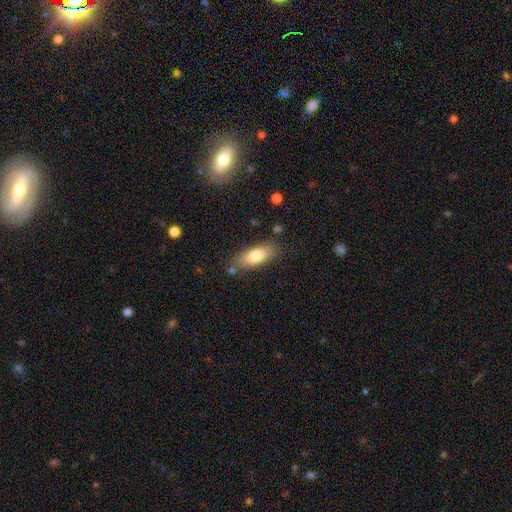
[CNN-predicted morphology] smooth 77%, featured or disk 17%, star or artifact 7%. Down the decision tree: how rounded — in between (73%); merging — none (79%).